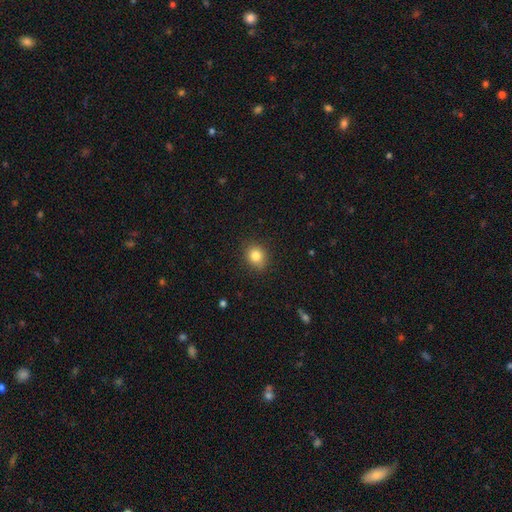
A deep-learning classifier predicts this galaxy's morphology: Q: Smooth or featured?
A: smooth (83%); runner-up: star or artifact (11%)
Q: How rounded?
A: round (68%); runner-up: in between (31%)
Q: Merging?
A: none (83%); runner-up: minor disturbance (13%)